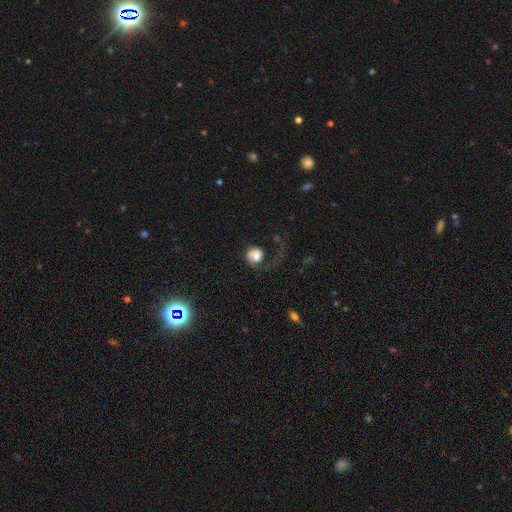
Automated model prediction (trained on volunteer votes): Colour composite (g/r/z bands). It shows a featured or disk galaxy (46%, tied with smooth). Merging: major disturbance (57%).